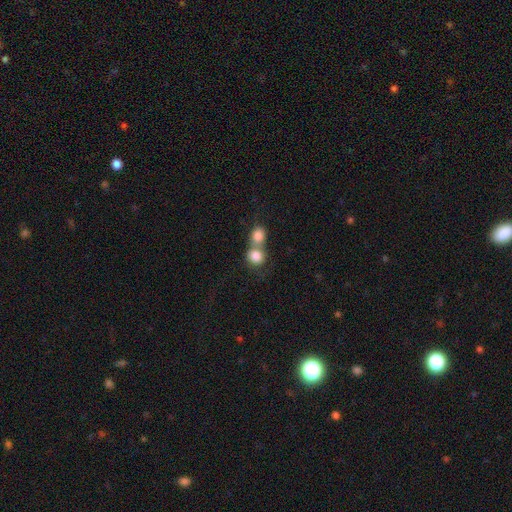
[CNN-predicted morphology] This appears to be a smooth galaxy with no disk features (82%) that is round (80%). Merging: merger (64%).